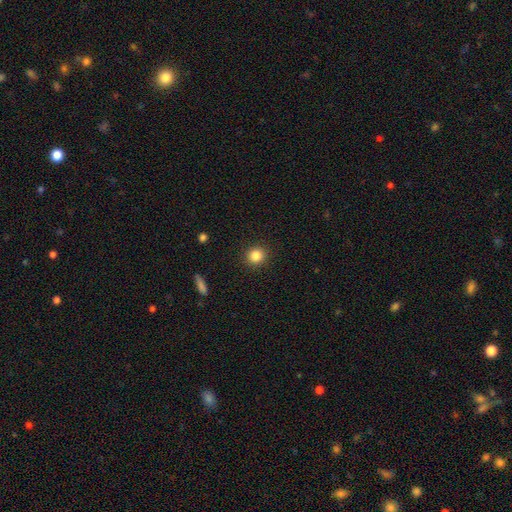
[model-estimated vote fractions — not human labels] This appears to be a smooth galaxy with no disk features (84%) that is round (89%). Merging: none (91%).